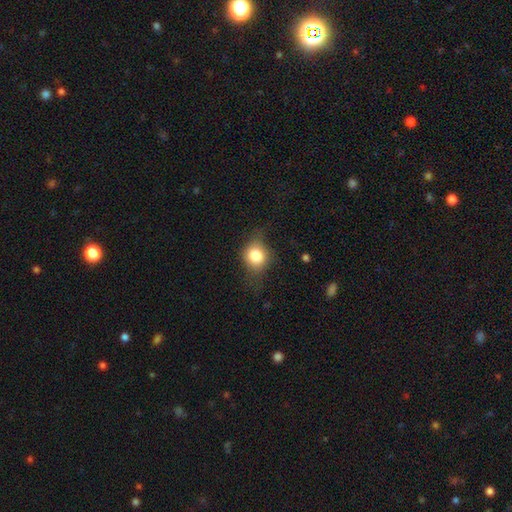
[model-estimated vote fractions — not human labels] Smooth or featured?
  - smooth: 75% *
  - featured or disk: 15%
  - star or artifact: 10%
How rounded?
  - round: 66% *
  - in between: 32%
  - cigar-shaped: 1%
Merging?
  - none: 63% *
  - minor disturbance: 25%
  - major disturbance: 10%
  - merger: 1%